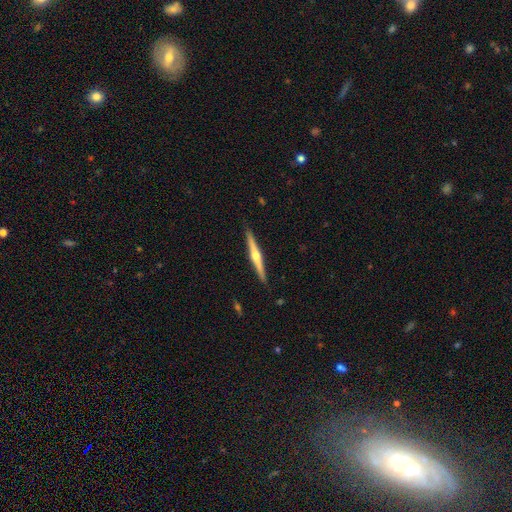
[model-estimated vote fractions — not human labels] A featured or disk galaxy (73%) viewed edge-on (98%) with a rounded central bulge (91%). Merging: none (91%).